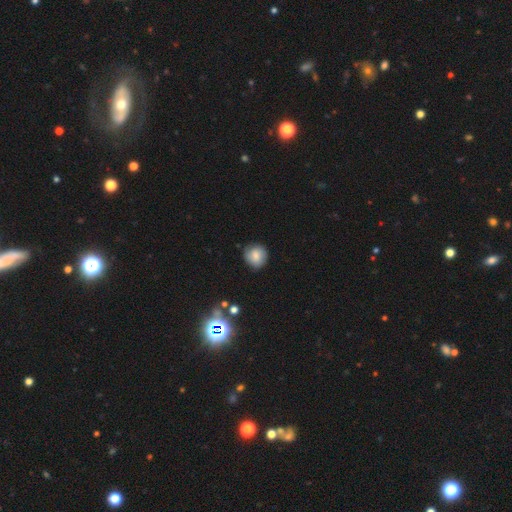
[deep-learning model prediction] Smooth or featured? Predicted: smooth (p=0.75). How rounded? Predicted: round (p=0.89). Merging? Predicted: none (p=0.83).